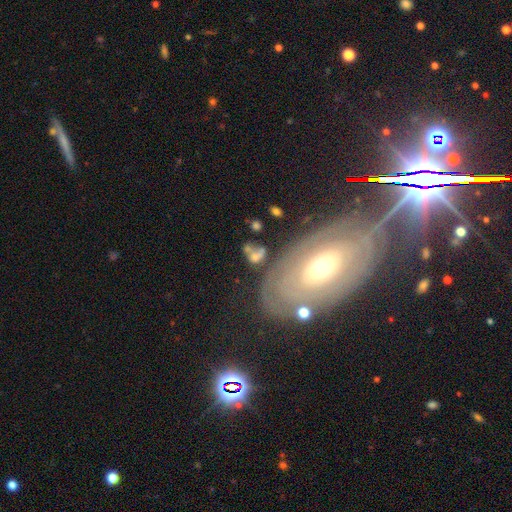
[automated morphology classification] smooth-or-featured: smooth: 53% | featured or disk: 31% | star or artifact: 16%
  how-rounded: in between: 61% | round: 33% | cigar-shaped: 5%
  merging: none: 37% | merger: 25% | major disturbance: 19% | minor disturbance: 18%